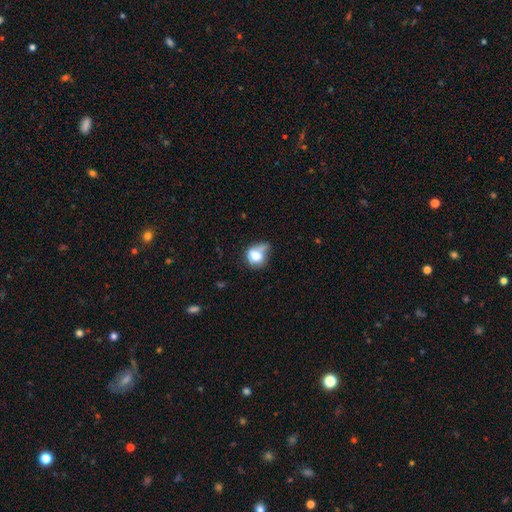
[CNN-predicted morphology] This is likely a smooth galaxy (74%). How rounded: likely round (67%). Merging: marginally none (34%).